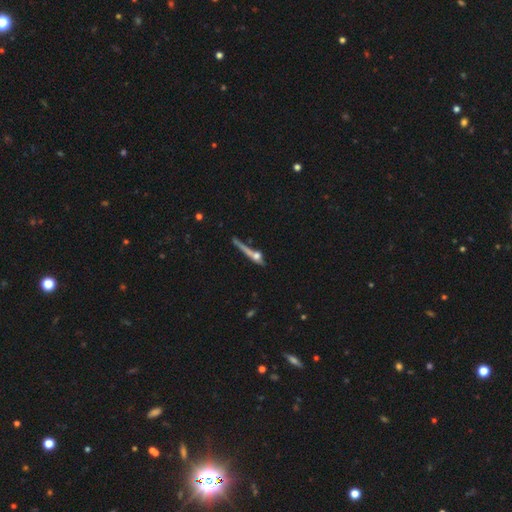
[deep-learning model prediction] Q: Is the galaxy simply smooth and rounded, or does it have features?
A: featured or disk — 45%.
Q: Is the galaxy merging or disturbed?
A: none — 53%.